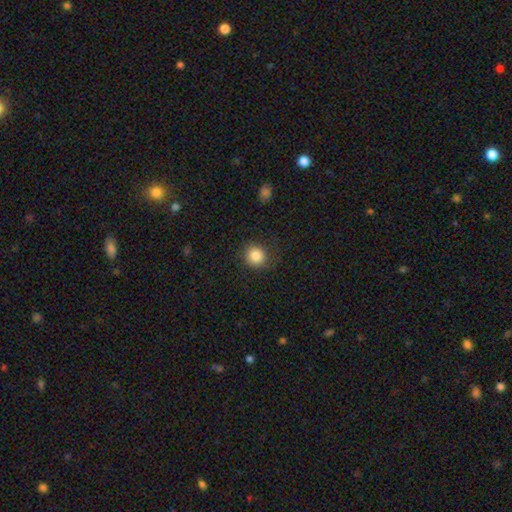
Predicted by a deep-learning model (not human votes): smooth-or-featured: smooth: 85% | star or artifact: 10% | featured or disk: 5%
  how-rounded: round: 89% | in between: 10% | cigar-shaped: 1%
  merging: none: 83% | minor disturbance: 11% | major disturbance: 5% | merger: 1%